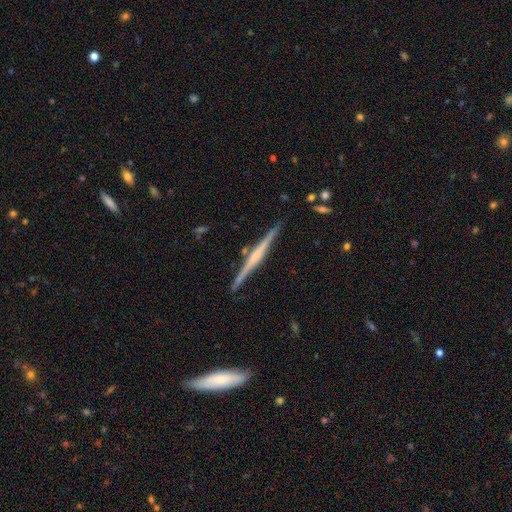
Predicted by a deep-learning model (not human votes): Morphology: type=featured or disk (76%); edge-on=yes (98%); edge-on bulge=rounded (50%); merging=none (89%).